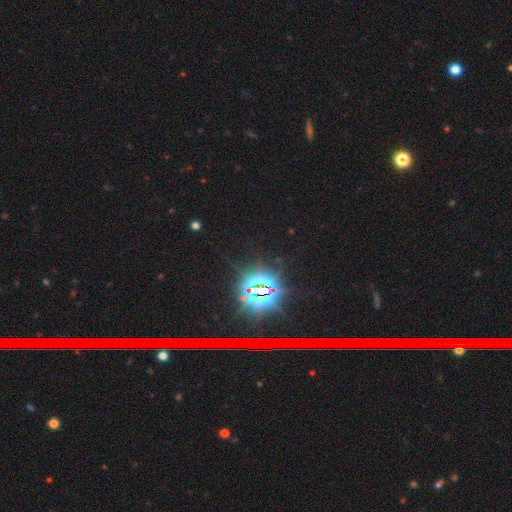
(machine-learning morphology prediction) Q: Smooth or featured?
A: star or artifact (84%); runner-up: smooth (10%)